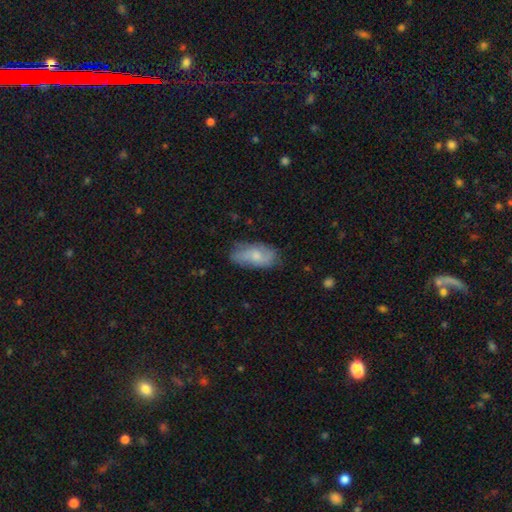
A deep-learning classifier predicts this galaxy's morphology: smooth-or-featured: smooth: 59% | featured or disk: 34% | star or artifact: 7%
  how-rounded: in between: 87% | cigar-shaped: 10% | round: 3%
  merging: none: 69% | minor disturbance: 24% | major disturbance: 6% | merger: 2%